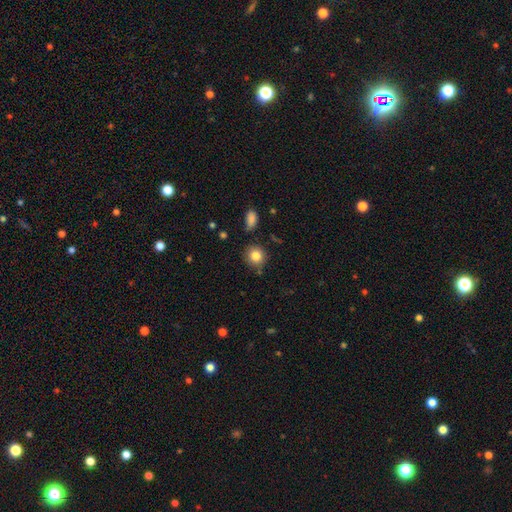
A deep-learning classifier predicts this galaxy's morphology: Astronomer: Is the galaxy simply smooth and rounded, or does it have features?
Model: smooth — 83%.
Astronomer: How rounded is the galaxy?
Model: round — 87%.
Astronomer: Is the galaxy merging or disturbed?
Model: none — 82%.